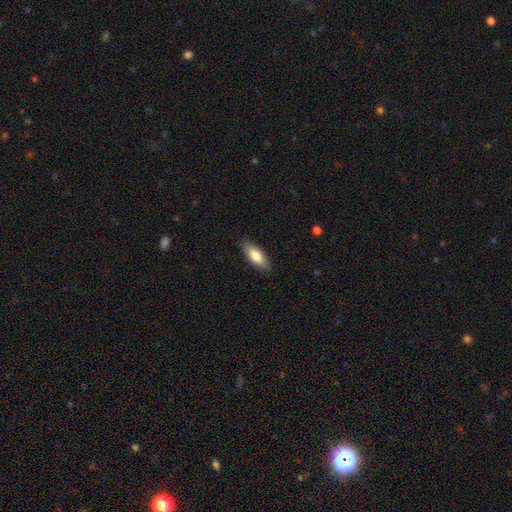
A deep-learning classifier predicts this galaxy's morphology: Overall: smooth (82%). How rounded: in between (74%). Merging: none (87%).